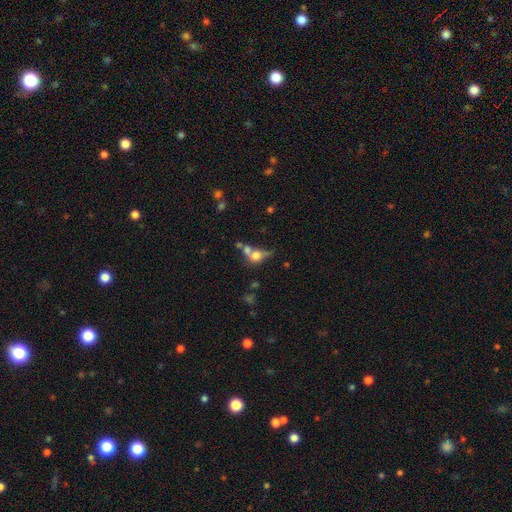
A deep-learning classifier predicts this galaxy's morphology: A smooth galaxy with no disk features (53%) that is round (47%).

Vote fractions:
- Smooth or featured? smooth: 53% / featured or disk: 29% / star or artifact: 18%
- How rounded? round: 47% / in between: 44% / cigar-shaped: 9%
- Merging? merger: 43% / none: 31% / minor disturbance: 13% / major disturbance: 12%